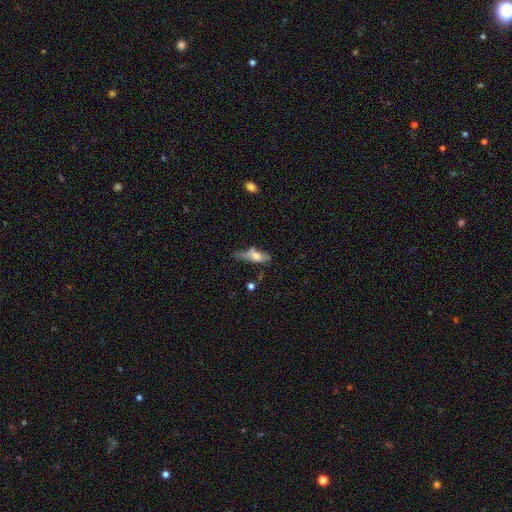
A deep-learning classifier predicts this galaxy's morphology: smooth 59%, featured or disk 33%, star or artifact 8%. Down the decision tree: how rounded — in between (58%); merging — none (34%).